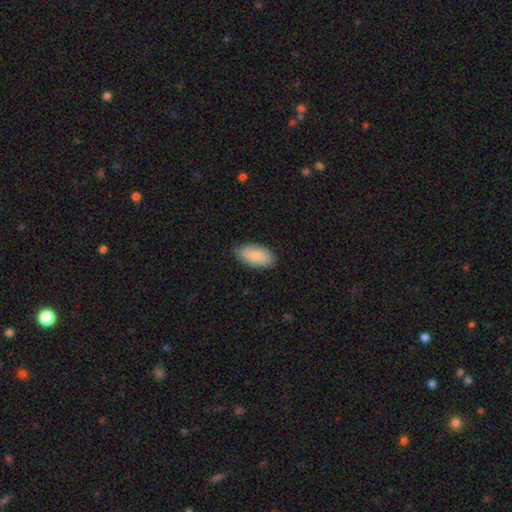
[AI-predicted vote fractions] A smooth galaxy with no disk features (79%) that is in between round and cigar-shaped (94%).

Vote fractions:
- Smooth or featured? smooth: 79% / featured or disk: 15% / star or artifact: 6%
- How rounded? in between: 94% / cigar-shaped: 3% / round: 3%
- Merging? none: 79% / minor disturbance: 18% / major disturbance: 3% / merger: 1%